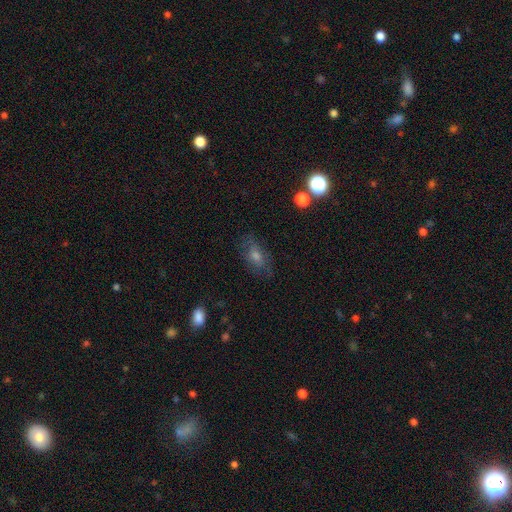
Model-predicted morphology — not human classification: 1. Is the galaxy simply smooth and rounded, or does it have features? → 46% smooth, 35% featured or disk, 19% star or artifact.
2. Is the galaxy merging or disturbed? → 76% none, 16% minor disturbance, 6% major disturbance, 2% merger.